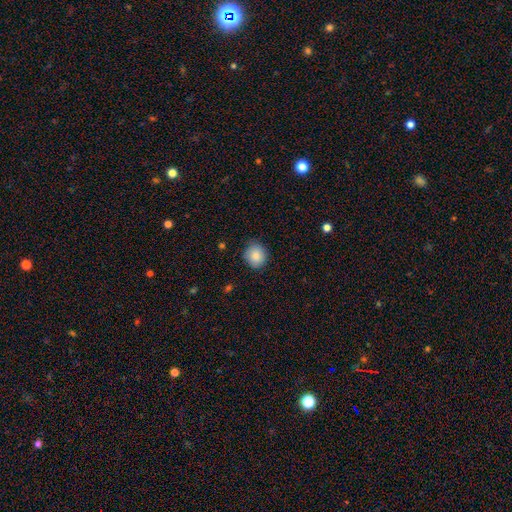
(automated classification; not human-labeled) smooth 86%, star or artifact 8%, featured or disk 6%. Down the decision tree: how rounded — round (77%); merging — none (83%).